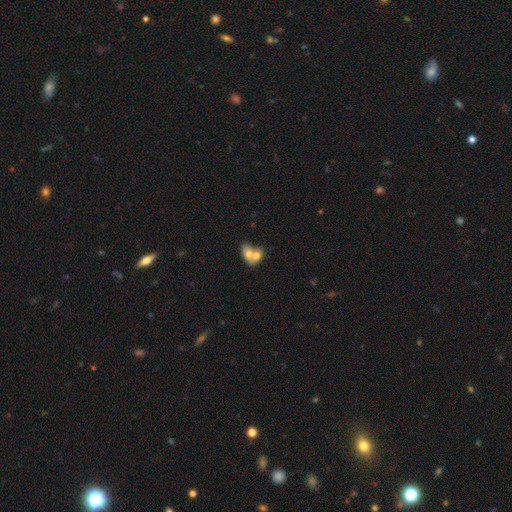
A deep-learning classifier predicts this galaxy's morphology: smooth 66%, featured or disk 27%, star or artifact 8%. Down the decision tree: how rounded — in between (71%); merging — merger (74%).